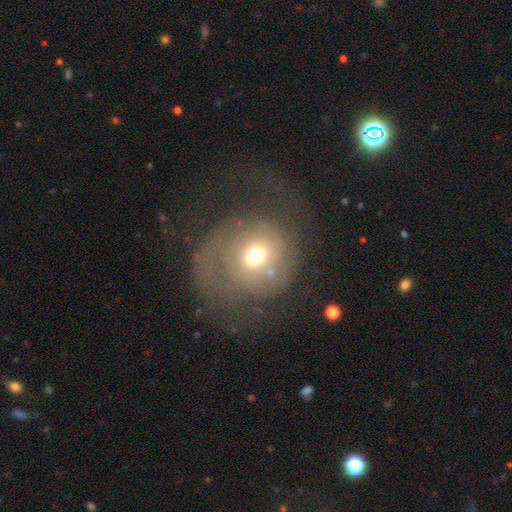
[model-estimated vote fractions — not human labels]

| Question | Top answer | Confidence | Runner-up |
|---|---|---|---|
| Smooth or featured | smooth | 48% | featured or disk (39%) |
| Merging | none | 39% | tied: major disturbance (39%) |